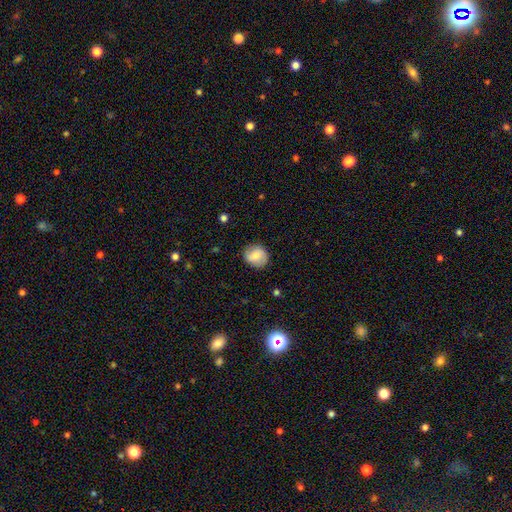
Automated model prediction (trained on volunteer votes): smooth-or-featured: smooth: 71% | featured or disk: 21% | star or artifact: 8%
  how-rounded: round: 77% | in between: 22% | cigar-shaped: 1%
  merging: none: 80% | minor disturbance: 15% | major disturbance: 4% | merger: 1%